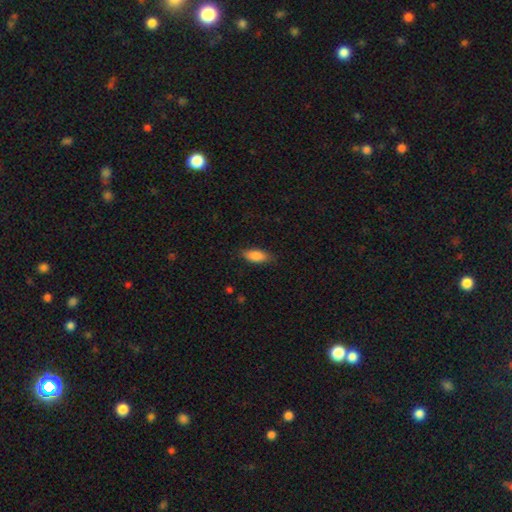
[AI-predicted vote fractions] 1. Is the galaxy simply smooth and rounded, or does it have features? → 85% smooth, 9% featured or disk, 7% star or artifact.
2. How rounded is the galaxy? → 80% in between, 17% cigar-shaped, 2% round.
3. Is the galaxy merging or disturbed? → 81% none, 15% minor disturbance, 3% major disturbance, 1% merger.